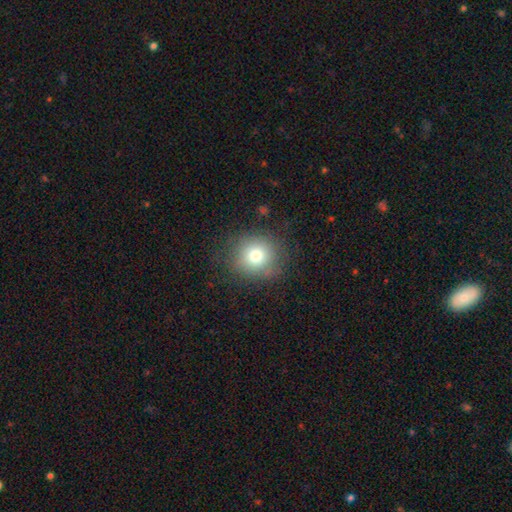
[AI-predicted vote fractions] Morphology: type=smooth (77%); roundness=round (86%); merging=none (82%).